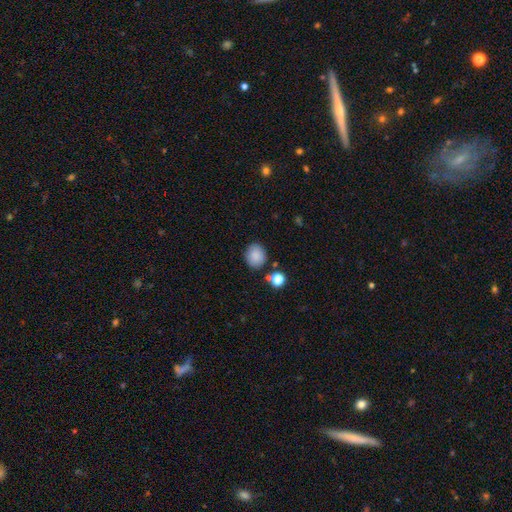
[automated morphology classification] type=smooth (86%); roundness=round (70%); merging=none (80%).